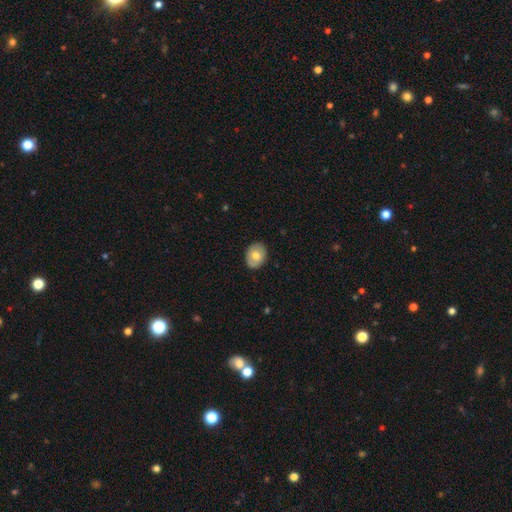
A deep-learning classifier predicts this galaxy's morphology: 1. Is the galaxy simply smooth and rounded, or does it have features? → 70% smooth, 23% featured or disk, 7% star or artifact.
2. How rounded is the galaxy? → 63% in between, 36% round, 1% cigar-shaped.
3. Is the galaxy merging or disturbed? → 87% none, 10% minor disturbance, 2% major disturbance, 1% merger.